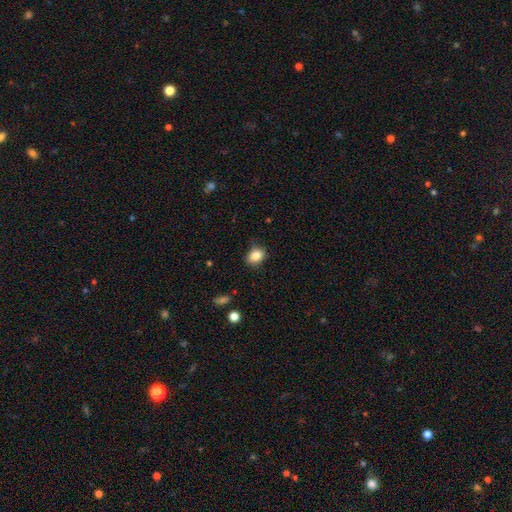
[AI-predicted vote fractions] Smooth or featured: smooth — 84% (star or artifact — 9%)
How rounded: in between — 59% (round — 40%)
Merging: none — 78% (minor disturbance — 18%)